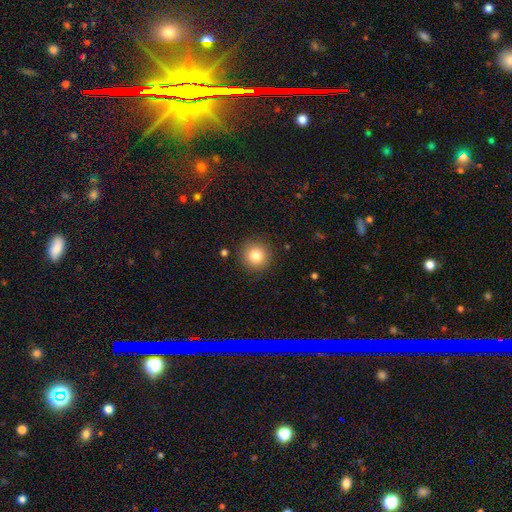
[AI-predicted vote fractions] Smooth or featured: smooth — 82% (star or artifact — 11%)
How rounded: round — 94% (in between — 5%)
Merging: none — 89% (minor disturbance — 7%)